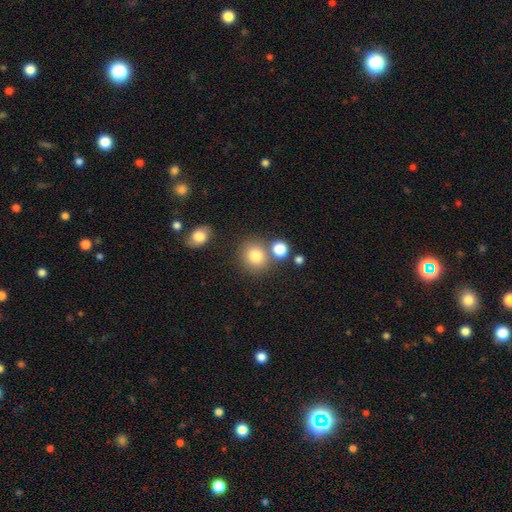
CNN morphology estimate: Smooth or featured: smooth — 80% (star or artifact — 12%)
How rounded: round — 85% (in between — 14%)
Merging: none — 72% (merger — 15%)